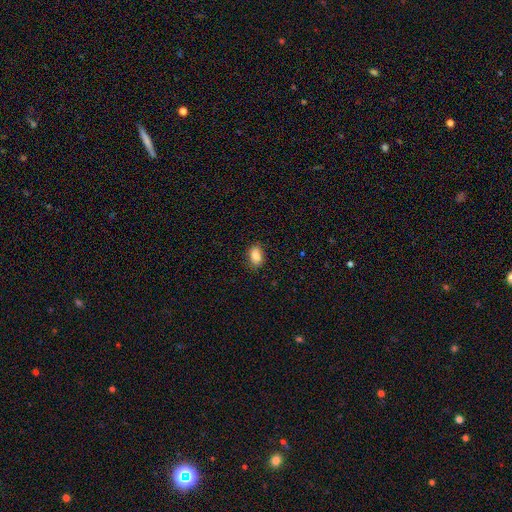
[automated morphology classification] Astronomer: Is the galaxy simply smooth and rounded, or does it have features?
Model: smooth — 86%.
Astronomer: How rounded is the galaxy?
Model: in between — 85%.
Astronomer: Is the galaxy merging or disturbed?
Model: none — 82%.